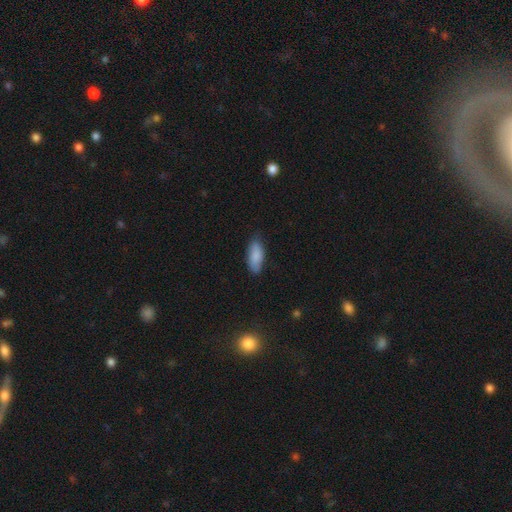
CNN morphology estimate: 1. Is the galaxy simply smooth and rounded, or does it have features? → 85% smooth, 9% featured or disk, 6% star or artifact.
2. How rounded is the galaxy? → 82% in between, 16% cigar-shaped, 2% round.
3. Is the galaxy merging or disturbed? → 76% none, 19% minor disturbance, 3% major disturbance, 1% merger.